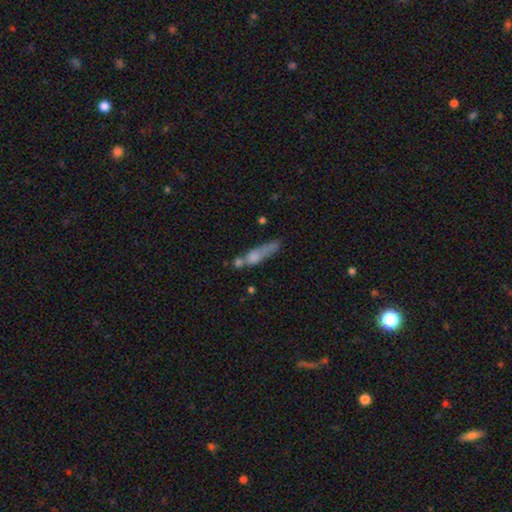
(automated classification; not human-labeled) smooth-or-featured: smooth: 60% | featured or disk: 29% | star or artifact: 11%
  how-rounded: cigar-shaped: 66% | in between: 27% | round: 7%
  merging: merger: 36% | none: 30% | minor disturbance: 18% | major disturbance: 16%